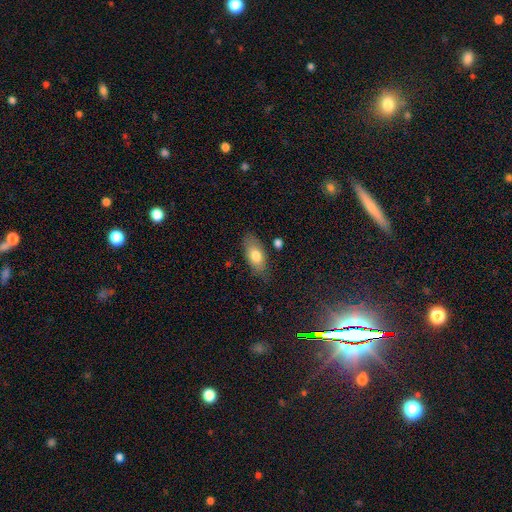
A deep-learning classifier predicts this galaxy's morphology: Smooth or featured: smooth — 76% (featured or disk — 17%)
How rounded: in between — 88% (cigar-shaped — 9%)
Merging: none — 77% (minor disturbance — 16%)